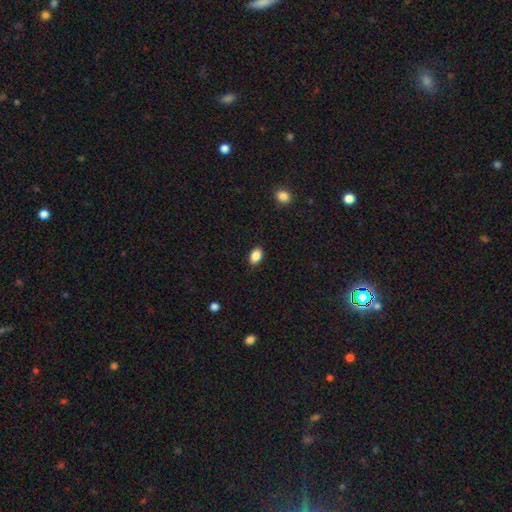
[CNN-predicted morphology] type=smooth (87%); roundness=in between (85%); merging=none (89%).